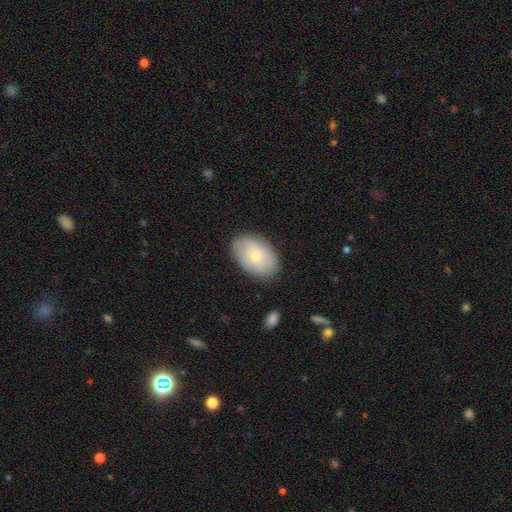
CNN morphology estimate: smooth-or-featured: smooth: 56% | featured or disk: 37% | star or artifact: 7%
  how-rounded: in between: 87% | round: 12% | cigar-shaped: 1%
  merging: none: 83% | minor disturbance: 13% | major disturbance: 3% | merger: 1%